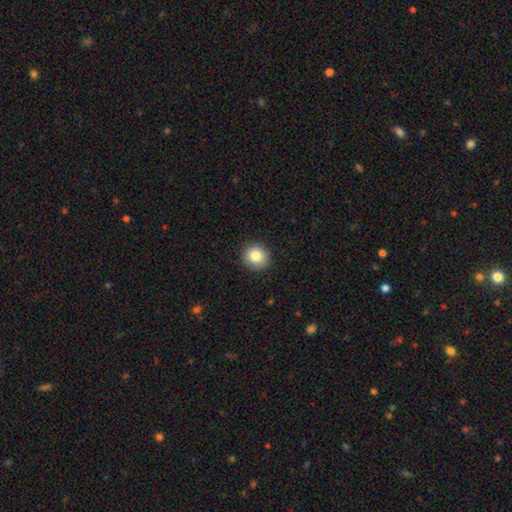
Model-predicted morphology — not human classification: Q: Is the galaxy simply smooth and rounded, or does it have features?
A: smooth — 83%.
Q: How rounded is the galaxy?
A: round — 89%.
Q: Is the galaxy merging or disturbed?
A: none — 91%.